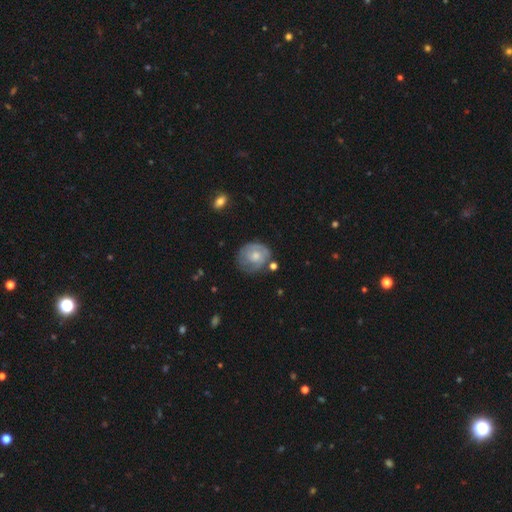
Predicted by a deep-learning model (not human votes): The model was most divided on "bulge size": moderate: 53%, small: 37%, large: 5%, none: 4%, dominant: 1%. More confident: edge-on disk — no (97%); bar — no (79%); spiral arms — yes (76%); merging — none (63%); smooth or featured — featured or disk (58%).